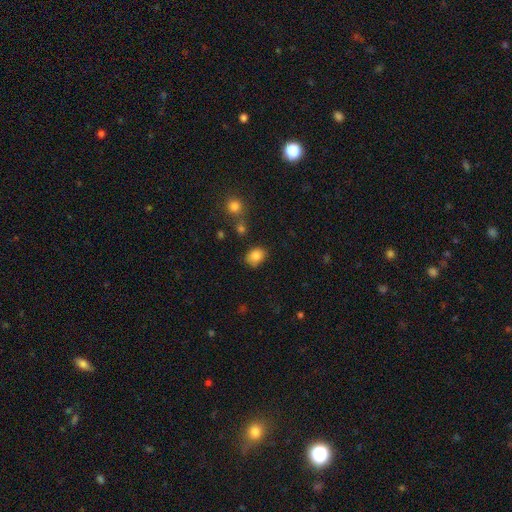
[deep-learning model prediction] A smooth galaxy with no disk features (84%) that is in between round and cigar-shaped (60%). Merging: none (75%).